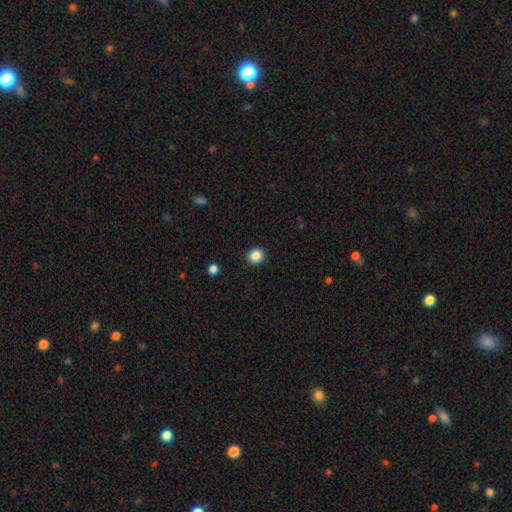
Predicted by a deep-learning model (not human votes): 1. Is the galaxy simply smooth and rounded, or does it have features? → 86% smooth, 11% star or artifact, 3% featured or disk.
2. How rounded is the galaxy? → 90% round, 9% in between, 1% cigar-shaped.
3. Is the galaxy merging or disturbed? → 92% none, 5% minor disturbance, 2% major disturbance, 1% merger.